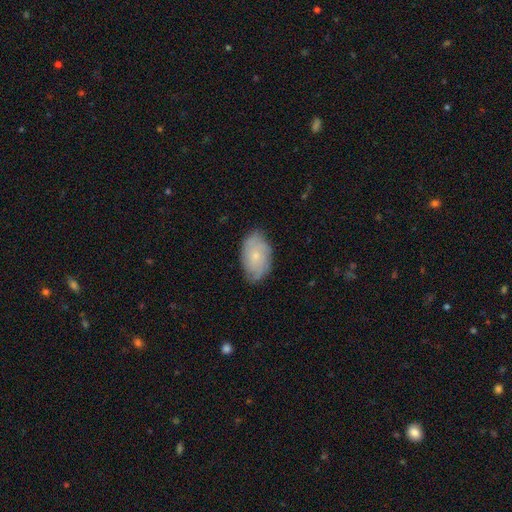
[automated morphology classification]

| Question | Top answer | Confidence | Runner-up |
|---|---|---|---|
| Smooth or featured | featured or disk | 53% | smooth (40%) |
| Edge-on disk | no | 95% | yes (5%) |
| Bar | no | 82% | weak (16%) |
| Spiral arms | yes | 84% | no (16%) |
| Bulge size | small | 72% | moderate (22%) |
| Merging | none | 74% | minor disturbance (20%) |